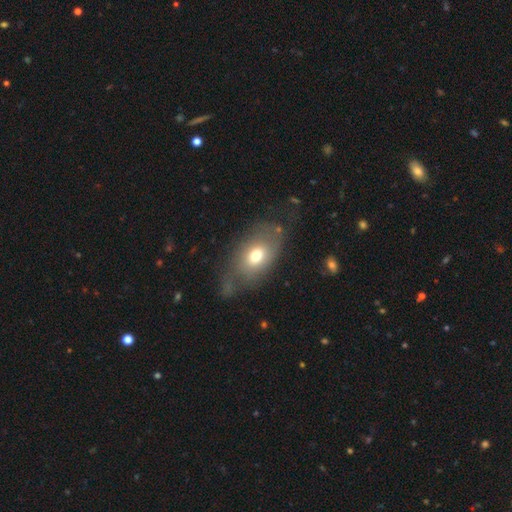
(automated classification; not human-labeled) Smooth or featured? Predicted: smooth (p=0.63). How rounded? Predicted: in between (p=0.83). Merging? Predicted: none (p=0.49).